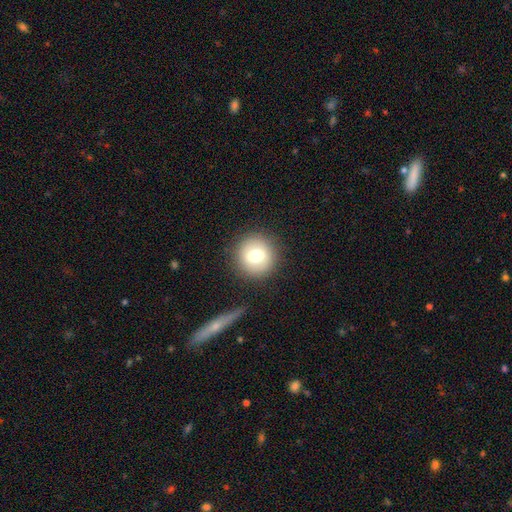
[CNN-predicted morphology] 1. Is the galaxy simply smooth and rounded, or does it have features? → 73% smooth, 18% featured or disk, 9% star or artifact.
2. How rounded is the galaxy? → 91% round, 8% in between, 1% cigar-shaped.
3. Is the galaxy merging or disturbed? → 85% none, 9% minor disturbance, 4% major disturbance, 3% merger.